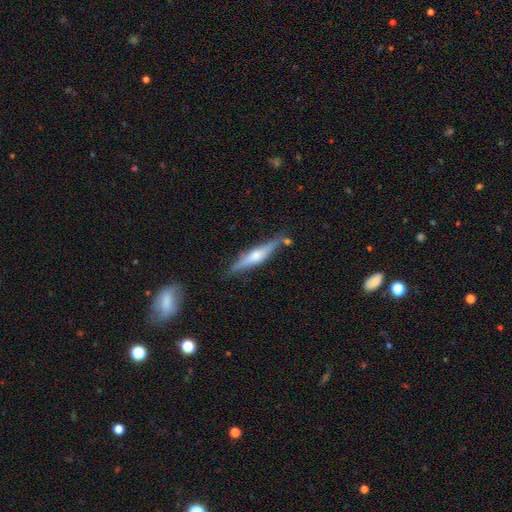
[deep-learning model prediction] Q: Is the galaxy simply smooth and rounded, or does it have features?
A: featured or disk — 61%.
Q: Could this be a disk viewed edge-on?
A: yes — 96%.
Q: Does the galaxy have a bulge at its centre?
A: rounded — 83%.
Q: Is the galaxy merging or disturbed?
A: none — 79%.